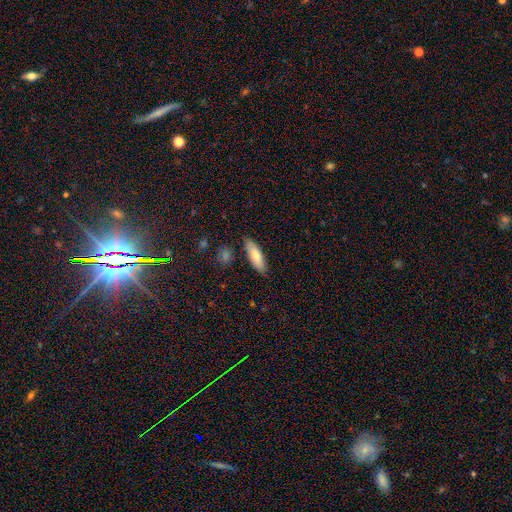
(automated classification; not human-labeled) A smooth galaxy with no disk features (78%) that is in between round and cigar-shaped (50%).

Vote fractions:
- Smooth or featured? smooth: 78% / featured or disk: 17% / star or artifact: 6%
- How rounded? in between: 50% / cigar-shaped: 48% / round: 2%
- Merging? none: 84% / minor disturbance: 12% / merger: 2% / major disturbance: 2%